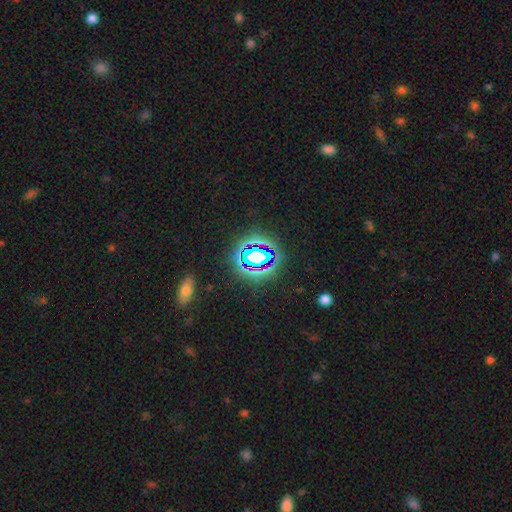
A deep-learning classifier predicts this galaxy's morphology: star or artifact 68%, smooth 19%, featured or disk 12%.